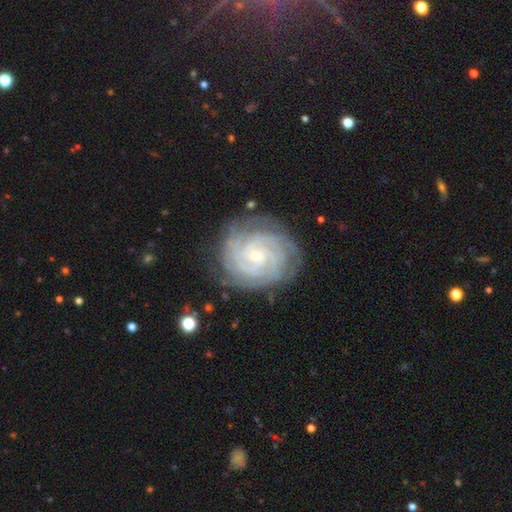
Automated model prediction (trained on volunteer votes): The model was most divided on "spiral arm count": 4: 27%, can't tell: 24%, 3: 17%, more than 4: 13%, 2: 12%, 1: 7%. More confident: spiral arms — yes (98%); edge-on disk — no (98%); smooth or featured — featured or disk (87%); spiral winding — tight (84%); bulge size — small (82%); merging — none (80%); bar — no (71%).